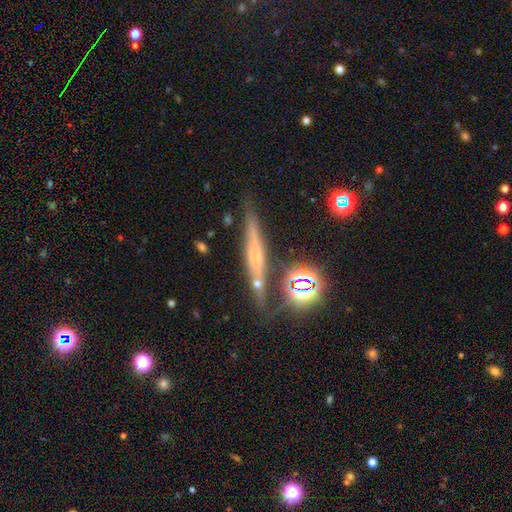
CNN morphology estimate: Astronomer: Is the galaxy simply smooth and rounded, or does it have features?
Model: featured or disk — 43% (runner-up: smooth, 37%).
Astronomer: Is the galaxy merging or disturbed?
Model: none — 73%.